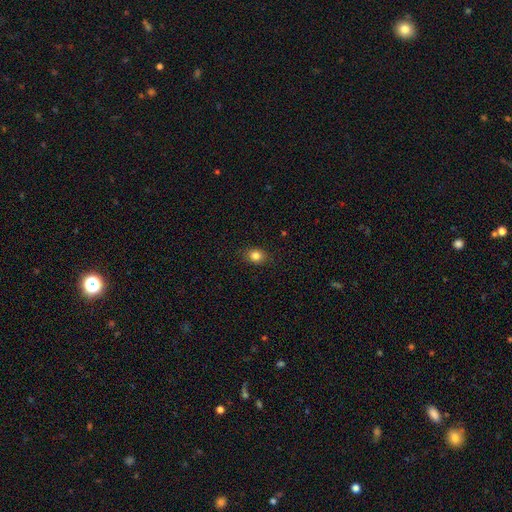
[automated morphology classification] Smooth or featured: smooth — 82% (star or artifact — 11%)
How rounded: round — 52% (in between — 46%)
Merging: none — 88% (minor disturbance — 9%)